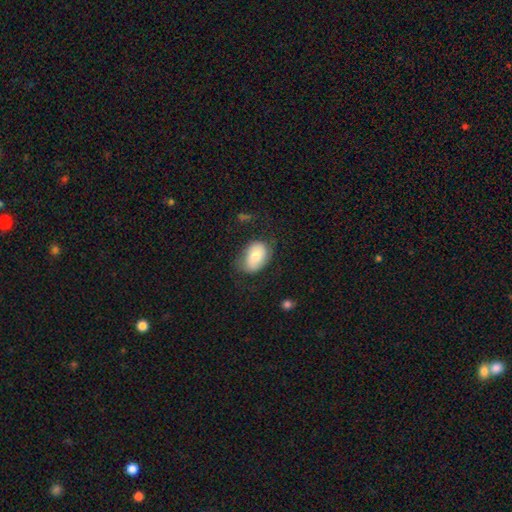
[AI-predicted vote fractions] A smooth galaxy with no disk features (75%) that is in between round and cigar-shaped (83%). Merging: none (58%).